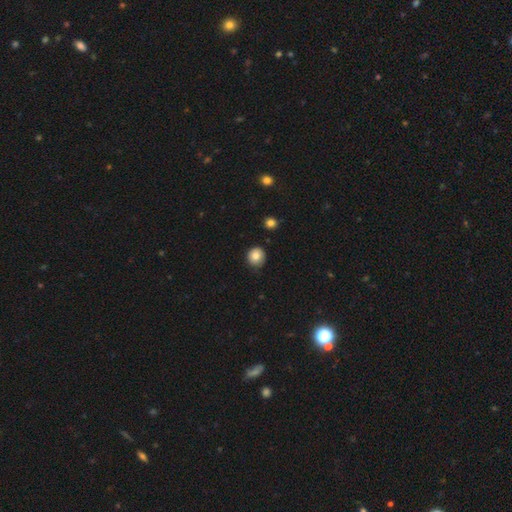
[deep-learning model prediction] A smooth galaxy with no disk features (83%) that is round (90%). Merging: none (81%).